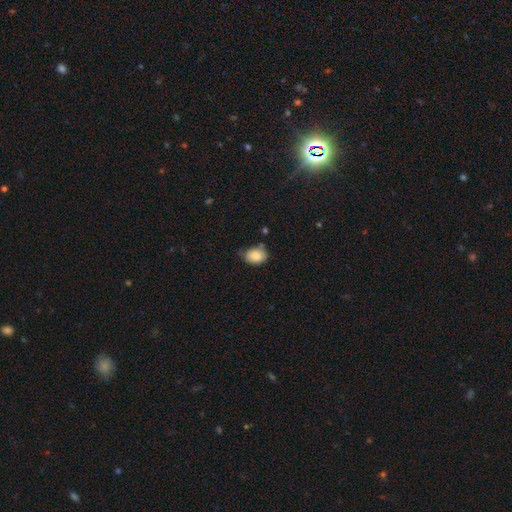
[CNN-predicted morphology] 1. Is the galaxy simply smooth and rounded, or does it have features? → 83% smooth, 9% featured or disk, 8% star or artifact.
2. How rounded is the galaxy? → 70% in between, 28% round, 1% cigar-shaped.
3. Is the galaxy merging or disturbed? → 59% none, 31% minor disturbance, 6% major disturbance, 5% merger.